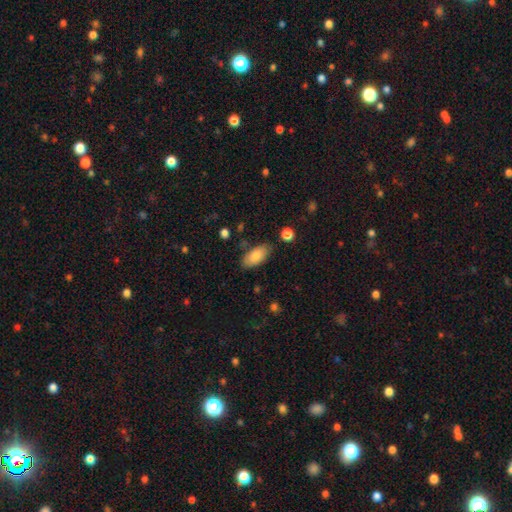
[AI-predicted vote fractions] Smooth or featured?
  - smooth: 82% *
  - featured or disk: 12%
  - star or artifact: 7%
How rounded?
  - in between: 92% *
  - cigar-shaped: 5%
  - round: 2%
Merging?
  - none: 81% *
  - minor disturbance: 14%
  - major disturbance: 3%
  - merger: 3%